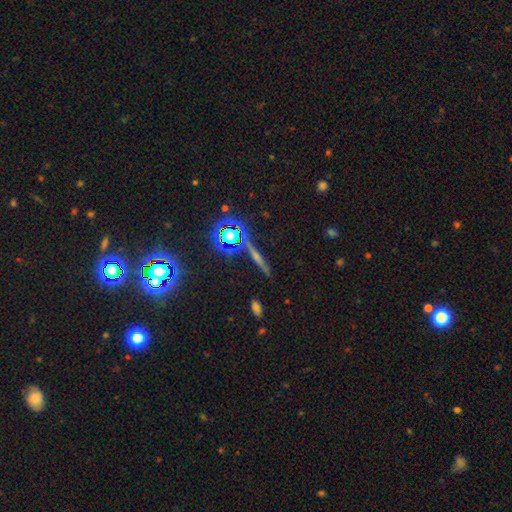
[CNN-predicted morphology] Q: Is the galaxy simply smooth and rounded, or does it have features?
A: featured or disk — 45%.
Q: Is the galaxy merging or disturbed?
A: none — 85%.